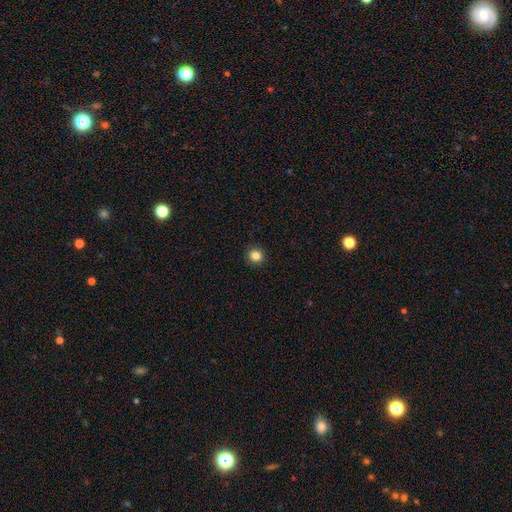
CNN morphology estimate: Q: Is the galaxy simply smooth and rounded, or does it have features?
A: smooth — 84%.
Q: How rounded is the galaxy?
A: round — 90%.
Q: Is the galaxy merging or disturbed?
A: none — 92%.